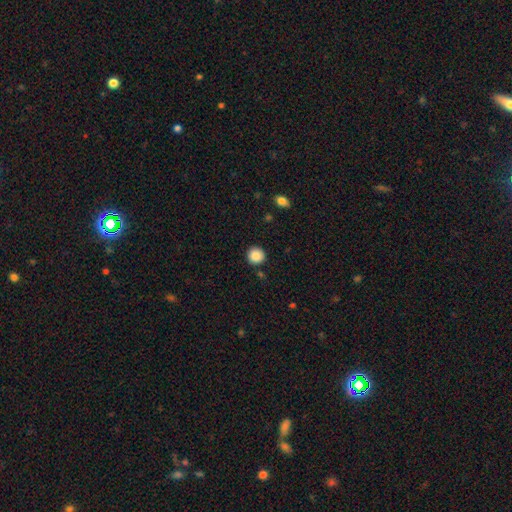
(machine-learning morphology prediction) Smooth or featured?
  - smooth: 87% *
  - star or artifact: 9%
  - featured or disk: 4%
How rounded?
  - round: 94% *
  - in between: 5%
  - cigar-shaped: 1%
Merging?
  - none: 91% *
  - minor disturbance: 6%
  - major disturbance: 2%
  - merger: 2%